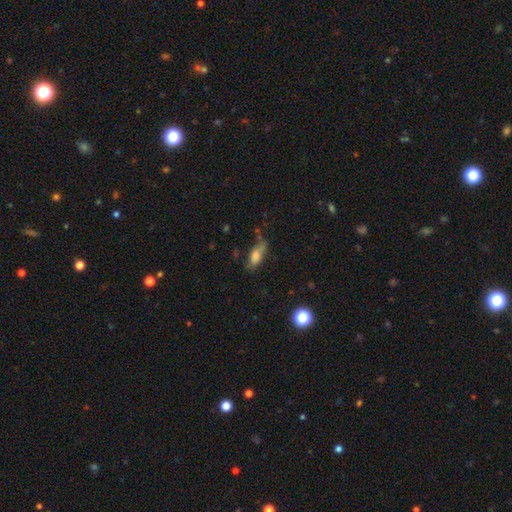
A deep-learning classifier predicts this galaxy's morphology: A smooth galaxy with no disk features (68%) that is in between round and cigar-shaped (68%).

Vote fractions:
- Smooth or featured? smooth: 68% / featured or disk: 21% / star or artifact: 11%
- How rounded? in between: 68% / cigar-shaped: 28% / round: 5%
- Merging? none: 51% / minor disturbance: 30% / major disturbance: 14% / merger: 5%